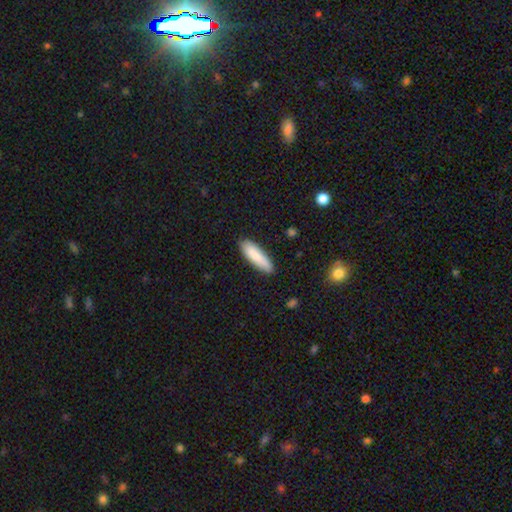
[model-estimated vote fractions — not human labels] Smooth or featured: smooth — 86% (featured or disk — 8%)
How rounded: cigar-shaped — 61% (in between — 37%)
Merging: none — 87% (minor disturbance — 10%)